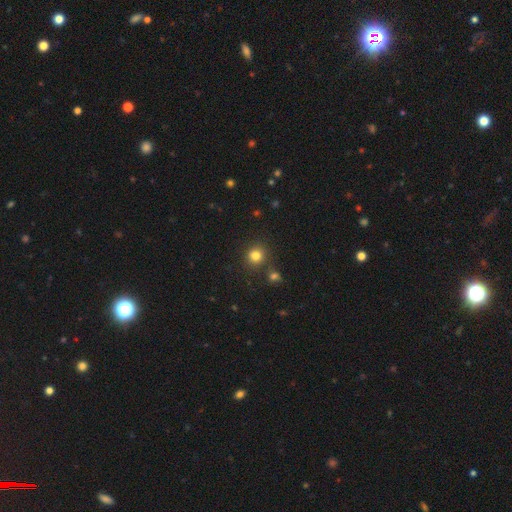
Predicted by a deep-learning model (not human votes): Q: Smooth or featured?
A: smooth (81%); runner-up: star or artifact (14%)
Q: How rounded?
A: round (88%); runner-up: in between (11%)
Q: Merging?
A: none (81%); runner-up: minor disturbance (8%)